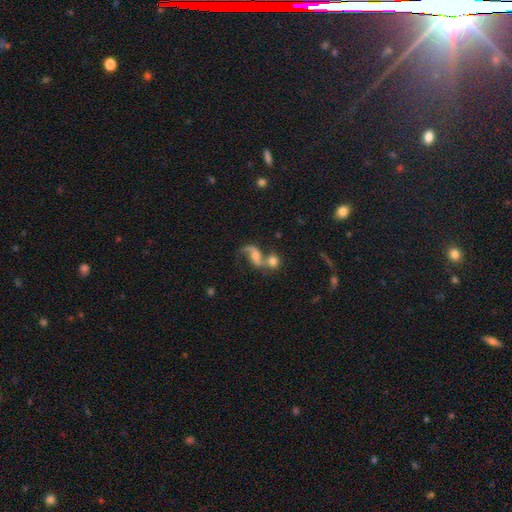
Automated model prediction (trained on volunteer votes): A featured or disk galaxy (72%) with no bar (54%), 2 (81%) loose (73%) spiral arms (89%) and a moderate central bulge (51%).

Vote fractions:
- Smooth or featured? featured or disk: 72% / smooth: 17% / star or artifact: 11%
- Edge-on disk? no: 95% / yes: 5%
- Bar? no: 54% / weak: 33% / strong: 13%
- Spiral arms? yes: 89% / no: 11%
- Spiral winding? loose: 73% / medium: 22% / tight: 5%
- Spiral arm count? 2: 81% / 1: 12% / can't tell: 3% / 3: 1% / 4: 1% / more than 4: 1%
- Bulge size? moderate: 51% / small: 29% / large: 11% / none: 7% / dominant: 2%
- Merging? merger: 50% / none: 32% / minor disturbance: 10% / major disturbance: 9%